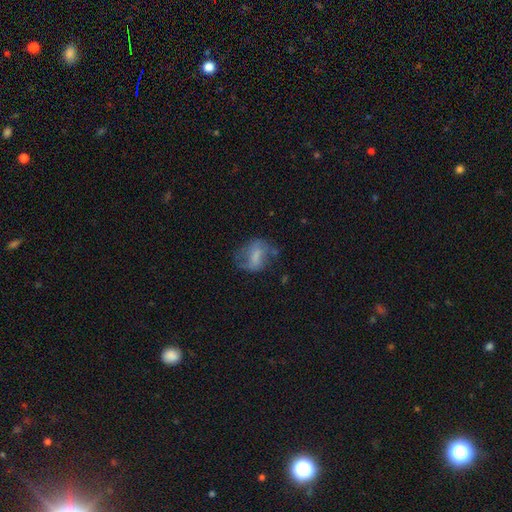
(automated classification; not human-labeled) Overall: smooth (46%; featured or disk 44%). Merging: none (48%; minor disturbance 27%).